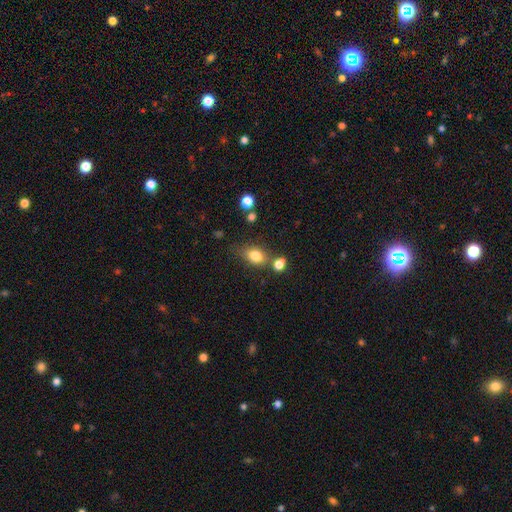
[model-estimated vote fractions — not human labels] Smooth or featured?
  - smooth: 80% *
  - star or artifact: 10%
  - featured or disk: 9%
How rounded?
  - in between: 72% *
  - round: 25%
  - cigar-shaped: 3%
Merging?
  - none: 58% *
  - minor disturbance: 18%
  - merger: 18%
  - major disturbance: 6%